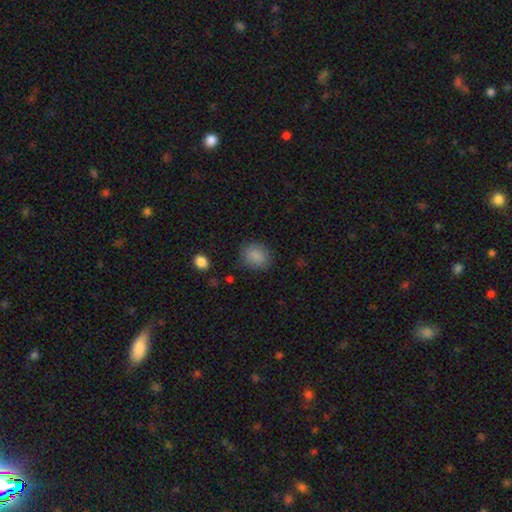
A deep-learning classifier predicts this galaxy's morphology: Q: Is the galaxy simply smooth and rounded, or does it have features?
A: smooth — 86%.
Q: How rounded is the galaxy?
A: round — 63%.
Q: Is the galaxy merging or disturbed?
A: none — 79%.